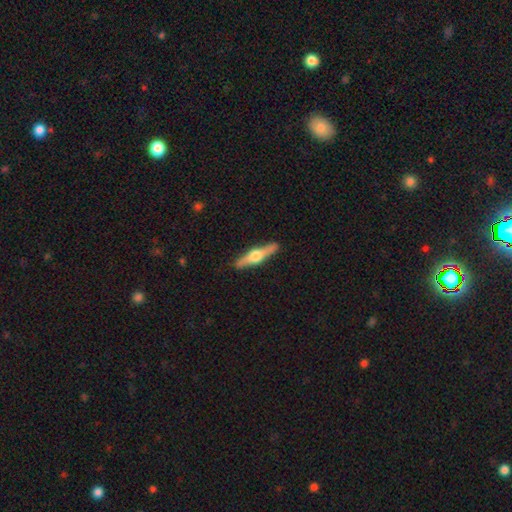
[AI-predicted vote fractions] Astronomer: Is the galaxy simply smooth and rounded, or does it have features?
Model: featured or disk — 70%.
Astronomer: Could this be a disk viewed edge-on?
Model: yes — 97%.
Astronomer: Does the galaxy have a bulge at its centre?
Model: rounded — 95%.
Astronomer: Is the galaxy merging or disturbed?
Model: none — 90%.